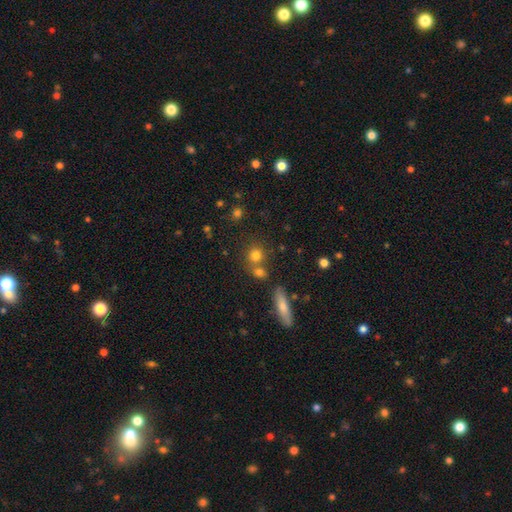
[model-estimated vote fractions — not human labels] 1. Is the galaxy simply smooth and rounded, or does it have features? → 76% smooth, 14% star or artifact, 10% featured or disk.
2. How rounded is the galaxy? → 80% round, 17% in between, 3% cigar-shaped.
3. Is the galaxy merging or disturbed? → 59% none, 28% merger, 9% minor disturbance, 4% major disturbance.